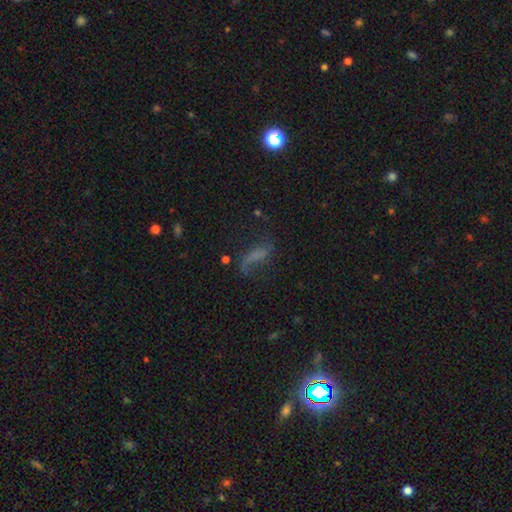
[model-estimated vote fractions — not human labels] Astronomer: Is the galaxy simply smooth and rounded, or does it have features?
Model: featured or disk — 44% (runner-up: smooth, 37%).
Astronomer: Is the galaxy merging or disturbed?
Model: none — 45% (runner-up: major disturbance, 30%).